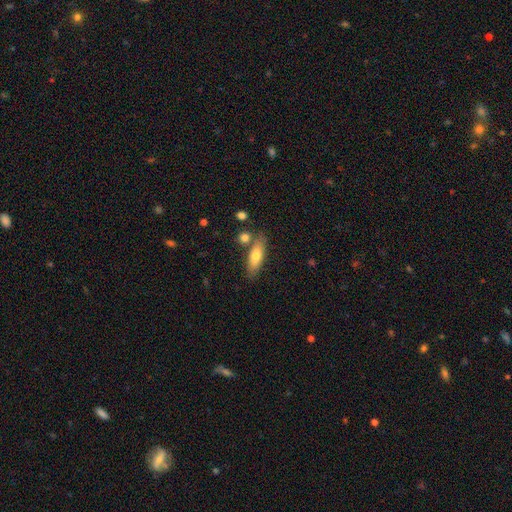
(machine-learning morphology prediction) Smooth or featured?
  - smooth: 73% *
  - featured or disk: 20%
  - star or artifact: 6%
How rounded?
  - in between: 53% *
  - cigar-shaped: 44%
  - round: 3%
Merging?
  - none: 73% *
  - minor disturbance: 13%
  - merger: 10%
  - major disturbance: 3%